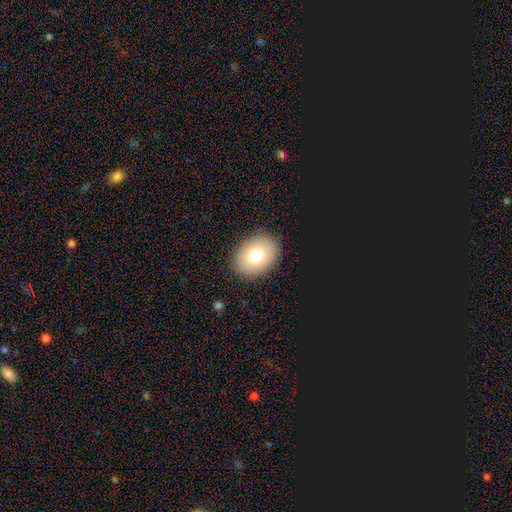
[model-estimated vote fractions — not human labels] smooth_or_featured: smooth (p=0.75) [alt: featured or disk p=0.14]
how_rounded: in between (p=0.61) [alt: round p=0.38]
merging: none (p=0.89) [alt: minor disturbance p=0.08]